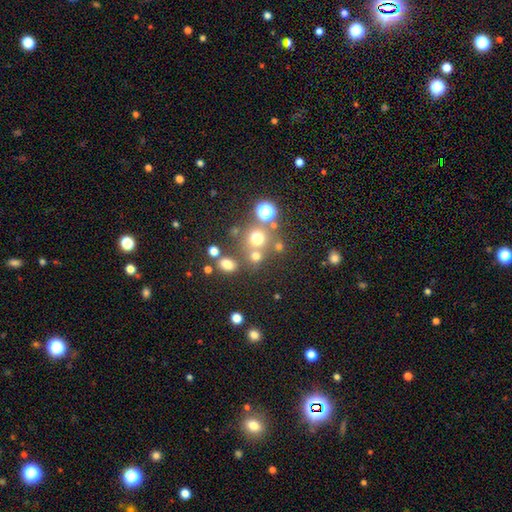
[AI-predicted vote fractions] smooth-or-featured: smooth: 67% | star or artifact: 23% | featured or disk: 10%
  how-rounded: round: 79% | in between: 20% | cigar-shaped: 1%
  merging: none: 63% | merger: 23% | minor disturbance: 9% | major disturbance: 5%